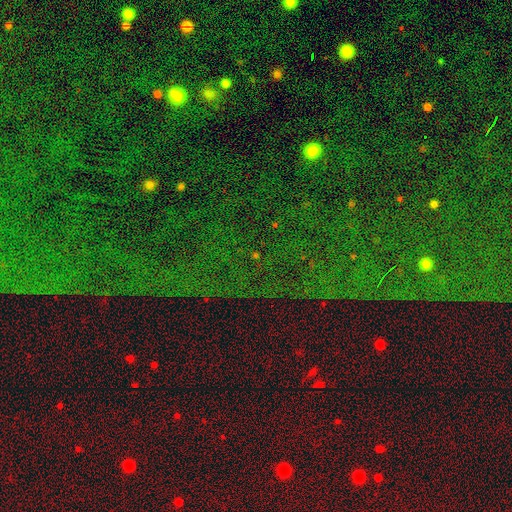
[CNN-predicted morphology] smooth_or_featured: star or artifact (p=0.83) [alt: smooth p=0.10]